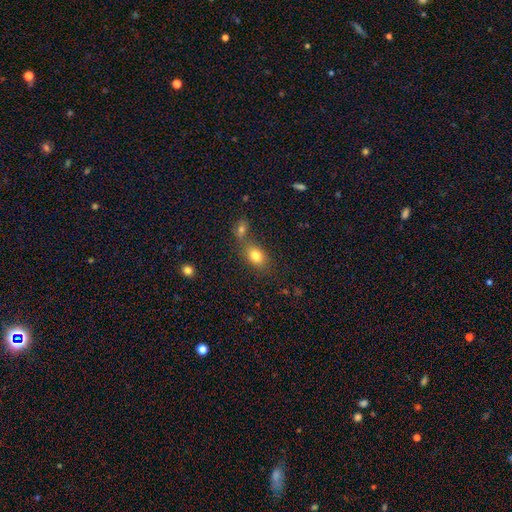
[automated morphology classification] smooth 79%, star or artifact 11%, featured or disk 10%. Down the decision tree: how rounded — in between (72%); merging — none (54%).